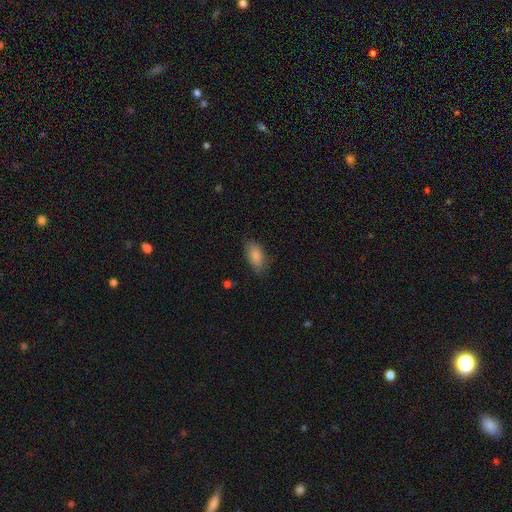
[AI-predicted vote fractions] Q: Smooth or featured?
A: smooth (84%); runner-up: featured or disk (8%)
Q: How rounded?
A: in between (91%); runner-up: round (5%)
Q: Merging?
A: none (76%); runner-up: minor disturbance (18%)